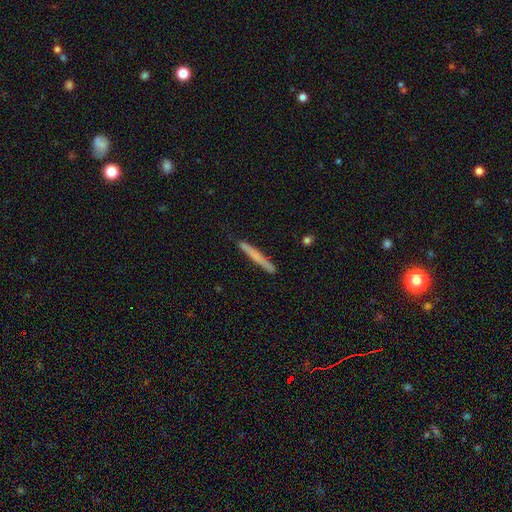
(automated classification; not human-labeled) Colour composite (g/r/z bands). It shows a smooth galaxy with no disk features (61%) that is cigar-shaped (97%). Merging: none (89%).